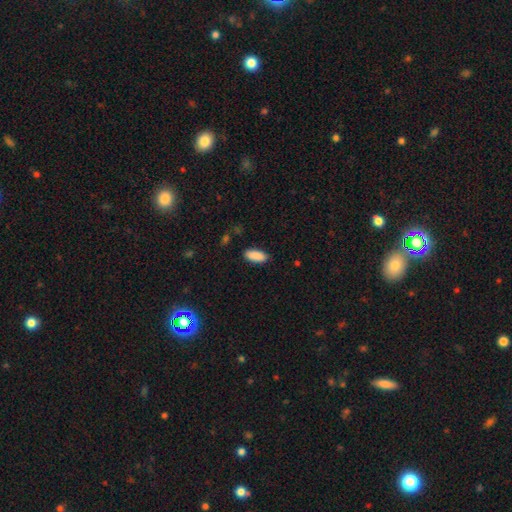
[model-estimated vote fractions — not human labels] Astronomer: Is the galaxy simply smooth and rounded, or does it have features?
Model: smooth — 90%.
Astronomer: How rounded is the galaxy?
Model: in between — 83%.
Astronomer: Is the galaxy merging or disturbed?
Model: none — 86%.